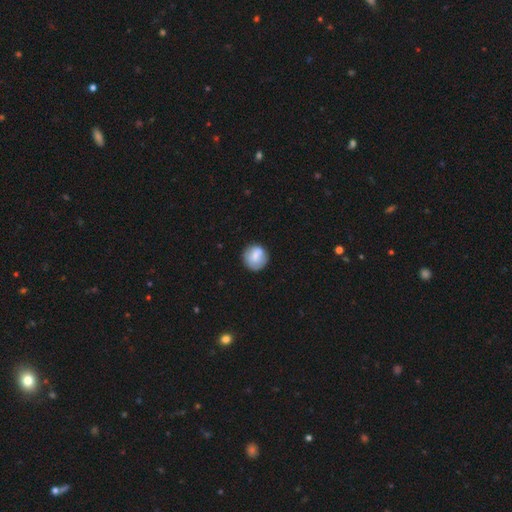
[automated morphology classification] This is likely a smooth galaxy (73%). How rounded: clearly round (89%). Merging: likely none (72%).